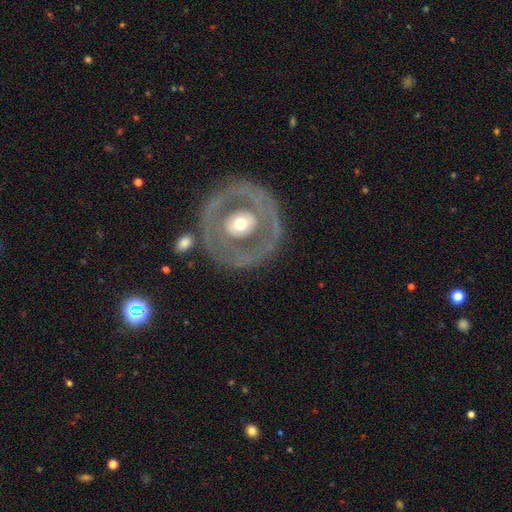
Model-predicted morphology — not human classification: Overall: featured or disk (69%). Edge-on disk: no (91%). Bar: no (66%). Spiral arms: no (82%). Bulge size: moderate (72%). Merging: none (80%).